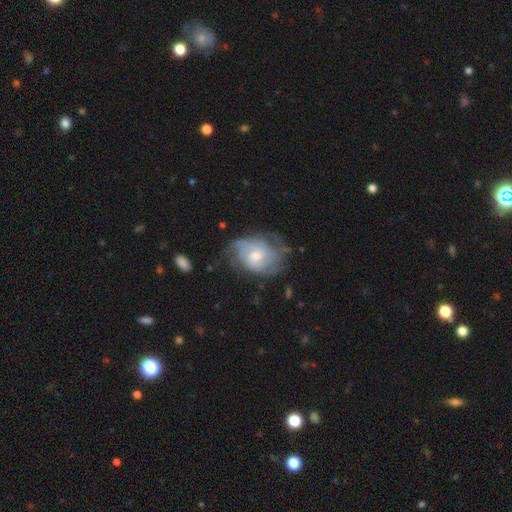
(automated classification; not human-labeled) This is likely a featured or disk galaxy (79%). It is clearly not viewed edge-on (97%). Bar: possibly no (56%). Spiral arm pattern: clearly yes (91%). Spiral arm count: marginally can't tell (38%). Spiral winding: possibly tight (49%). Central bulge: possibly moderate (59%). Merging: possibly none (56%).